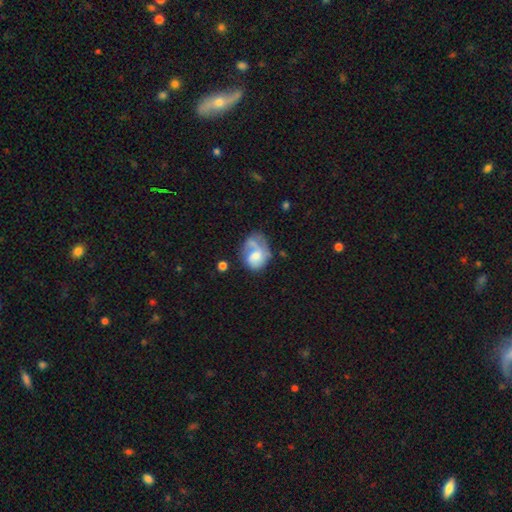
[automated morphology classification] Q: Smooth or featured?
A: featured or disk (55%); runner-up: smooth (37%)
Q: Edge-on disk?
A: no (97%); runner-up: yes (3%)
Q: Bar?
A: no (65%); runner-up: weak (30%)
Q: Spiral arms?
A: yes (72%); runner-up: no (28%)
Q: Bulge size?
A: moderate (43%); runner-up: small (31%)
Q: Merging?
A: major disturbance (32%); tied with: none (32%)